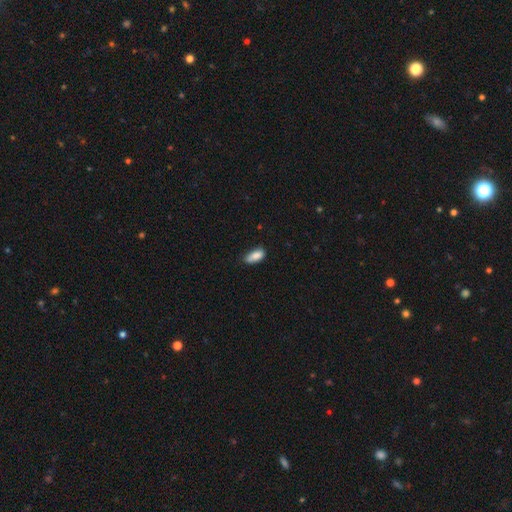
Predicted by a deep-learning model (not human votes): Smooth or featured? Predicted: smooth (p=0.86). How rounded? Predicted: in between (p=0.88). Merging? Predicted: none (p=0.63).